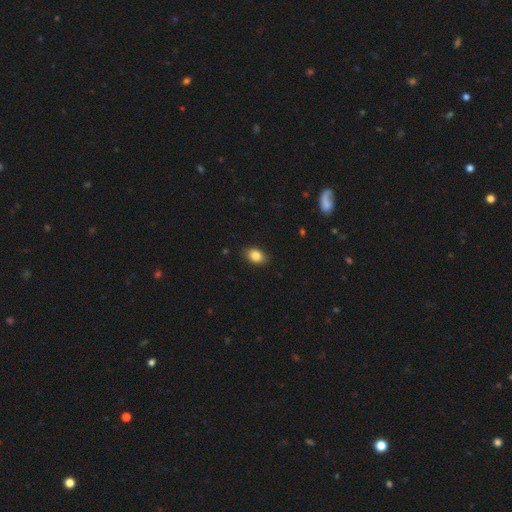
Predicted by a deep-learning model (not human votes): A smooth galaxy with no disk features (84%) that is in between round and cigar-shaped (83%).

Vote fractions:
- Smooth or featured? smooth: 84% / star or artifact: 9% / featured or disk: 8%
- How rounded? in between: 83% / round: 16% / cigar-shaped: 1%
- Merging? none: 89% / minor disturbance: 8% / major disturbance: 2% / merger: 1%